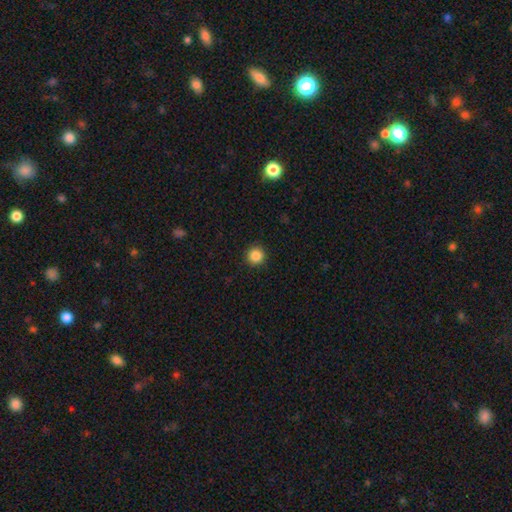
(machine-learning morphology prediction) Smooth or featured? smooth (86%)
How rounded? round (96%)
Merging? none (92%)